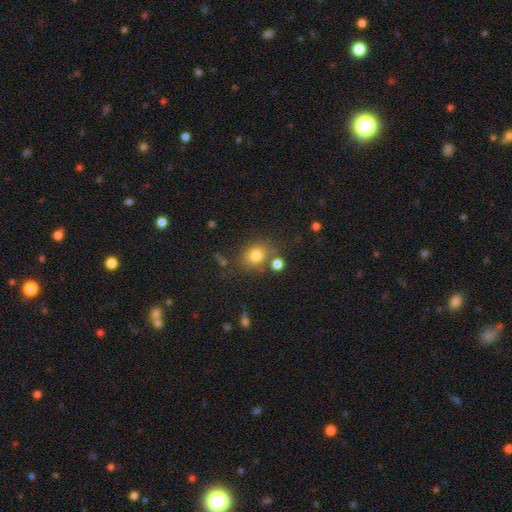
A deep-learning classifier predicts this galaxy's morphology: A smooth galaxy with no disk features (78%) that is round (67%). Merging: none (71%).